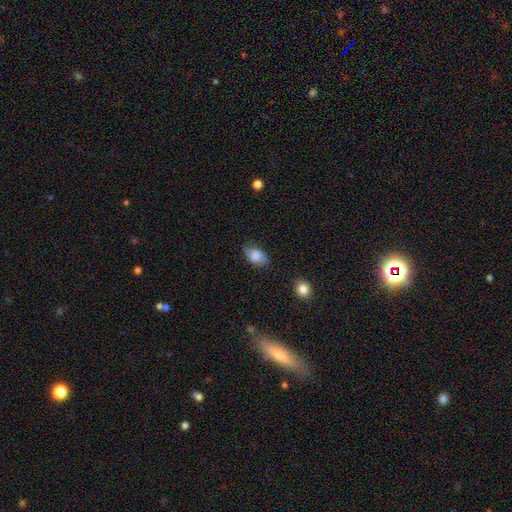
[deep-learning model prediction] Smooth or featured? smooth (76%)
How rounded? in between (89%)
Merging? none (76%)